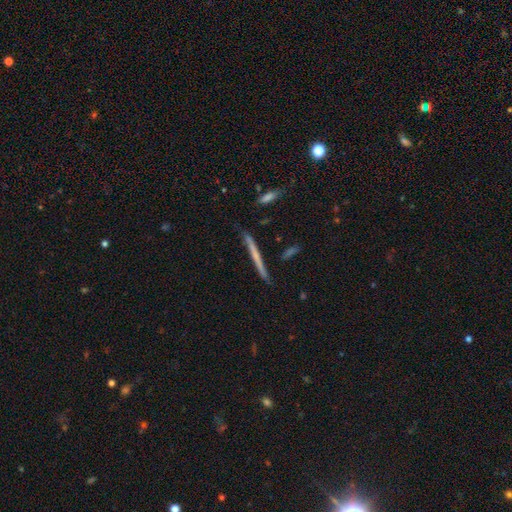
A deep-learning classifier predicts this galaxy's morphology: smooth-or-featured: featured or disk: 50% | smooth: 43% | star or artifact: 6%
  disk-edge-on: yes: 96% | no: 4%
  merging: none: 85% | minor disturbance: 11% | merger: 2% | major disturbance: 2%